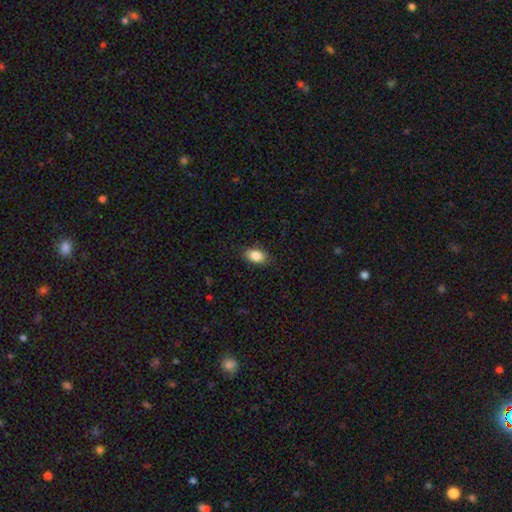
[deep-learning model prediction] Smooth or featured?
  - smooth: 87% *
  - star or artifact: 8%
  - featured or disk: 5%
How rounded?
  - in between: 87% *
  - round: 11%
  - cigar-shaped: 2%
Merging?
  - none: 86% *
  - minor disturbance: 10%
  - major disturbance: 2%
  - merger: 1%